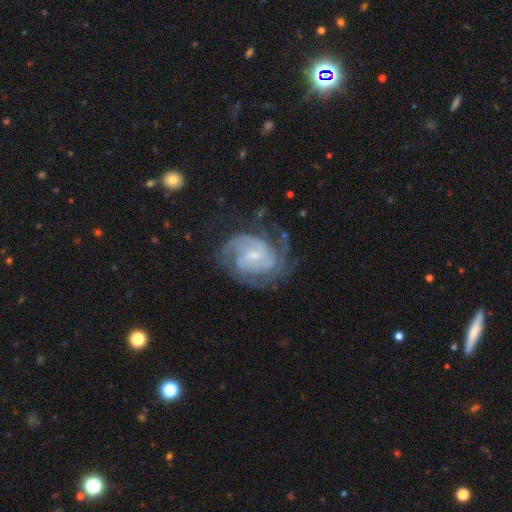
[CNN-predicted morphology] smooth_or_featured: featured or disk (p=0.88) [alt: star or artifact p=0.06]
disk_edge_on: no (p=0.98) [alt: yes p=0.02]
bar: no (p=0.44) [alt: weak p=0.43]
has_spiral_arms: yes (p=0.97) [alt: no p=0.03]
spiral_winding: tight (p=0.62) [alt: medium p=0.32]
spiral_arm_count: 2 (p=0.28) [alt: 3 p=0.27]
bulge_size: small (p=0.74) [alt: moderate p=0.19]
merging: none (p=0.71) [alt: minor disturbance p=0.18]